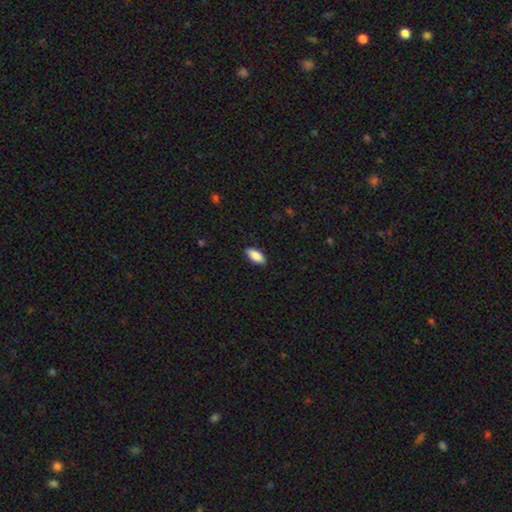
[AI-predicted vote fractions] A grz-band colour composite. It shows a smooth galaxy with no disk features (89%) that is in between round and cigar-shaped (88%). Merging: none (88%).